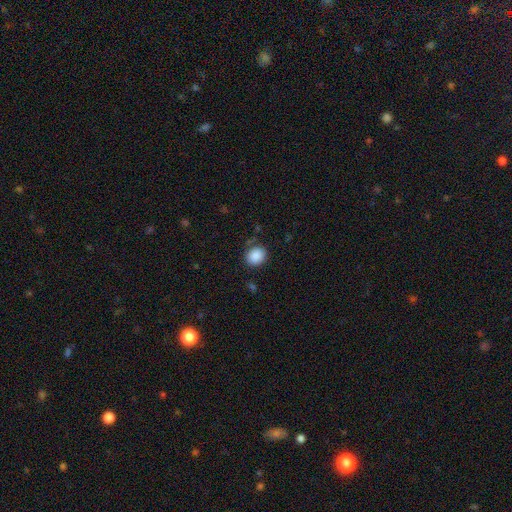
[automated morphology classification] Smooth or featured?
  - smooth: 88% *
  - star or artifact: 8%
  - featured or disk: 4%
How rounded?
  - round: 72% *
  - in between: 27%
  - cigar-shaped: 1%
Merging?
  - none: 84% *
  - minor disturbance: 10%
  - major disturbance: 3%
  - merger: 2%